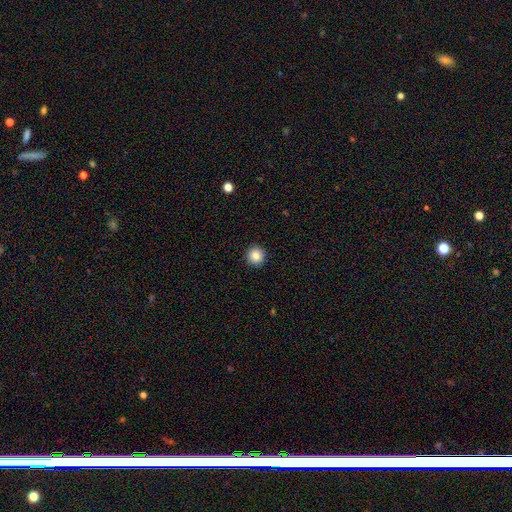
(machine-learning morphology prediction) type=smooth (86%); roundness=round (95%); merging=none (93%).